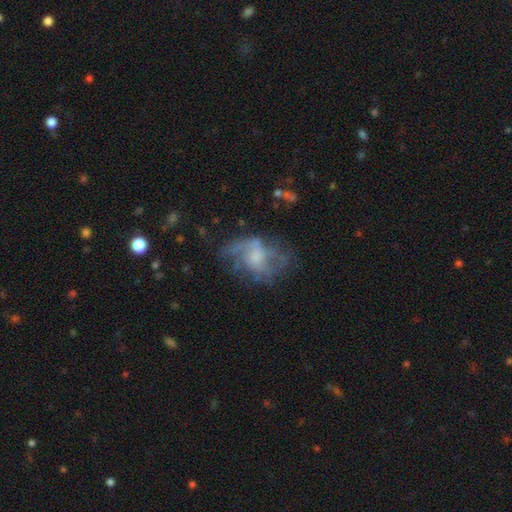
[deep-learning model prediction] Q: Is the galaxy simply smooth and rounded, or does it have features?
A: featured or disk — 66%.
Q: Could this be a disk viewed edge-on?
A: no — 97%.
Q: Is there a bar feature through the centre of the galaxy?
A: no — 64%.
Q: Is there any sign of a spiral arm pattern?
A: yes — 69%.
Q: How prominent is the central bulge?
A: moderate — 37%.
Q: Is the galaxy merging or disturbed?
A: none — 47%.